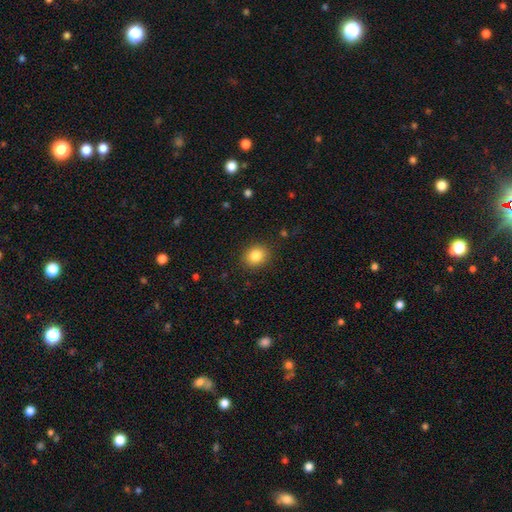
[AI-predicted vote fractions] smooth_or_featured: smooth (p=0.84) [alt: star or artifact p=0.10]
how_rounded: round (p=0.67) [alt: in between p=0.32]
merging: none (p=0.89) [alt: minor disturbance p=0.08]